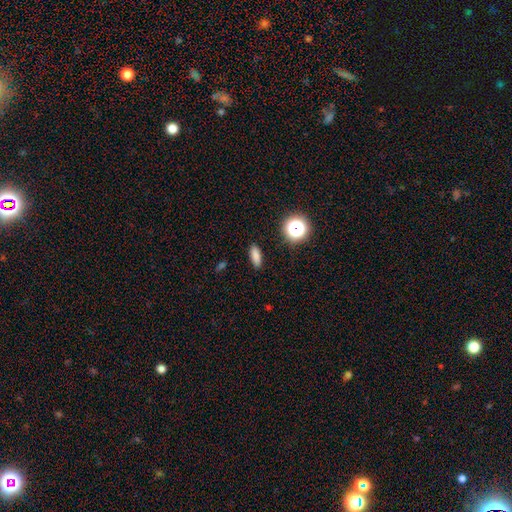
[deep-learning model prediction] Smooth or featured? smooth (81%)
How rounded? in between (62%)
Merging? none (89%)